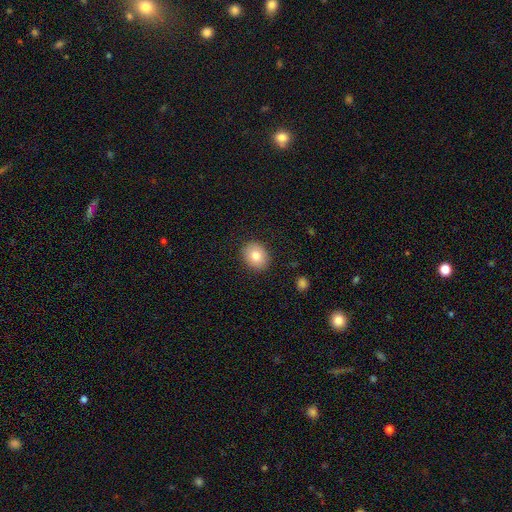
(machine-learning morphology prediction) smooth_or_featured: smooth (p=0.81) [alt: featured or disk p=0.10]
how_rounded: round (p=0.61) [alt: in between p=0.39]
merging: none (p=0.89) [alt: minor disturbance p=0.08]